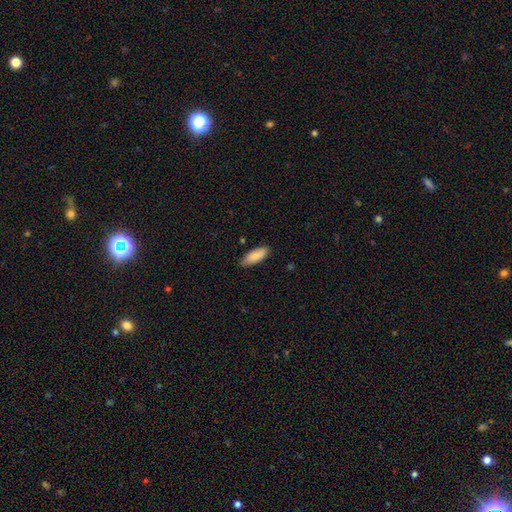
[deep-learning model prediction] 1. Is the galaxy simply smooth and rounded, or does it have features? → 88% smooth, 6% featured or disk, 6% star or artifact.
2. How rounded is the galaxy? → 78% in between, 21% cigar-shaped, 2% round.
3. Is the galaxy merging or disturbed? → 85% none, 12% minor disturbance, 2% major disturbance, 1% merger.